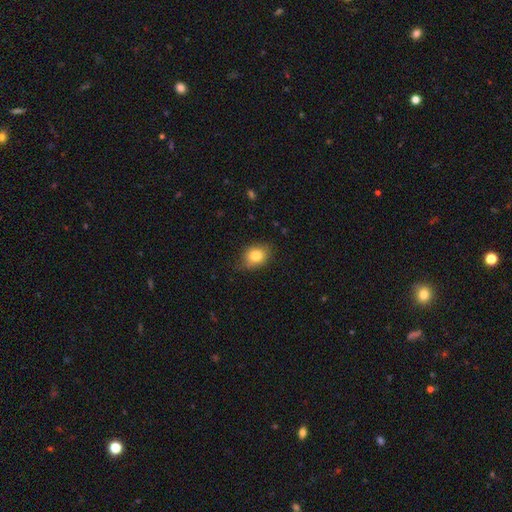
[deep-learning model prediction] Morphology: type=smooth (81%); roundness=in between (52%); merging=none (71%).